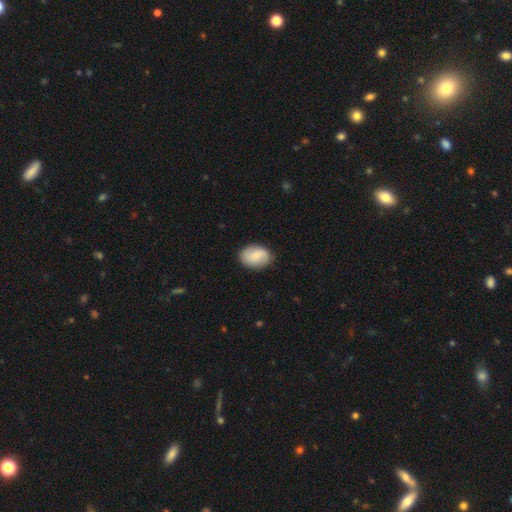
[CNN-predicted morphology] A smooth galaxy with no disk features (60%) that is in between round and cigar-shaped (76%). Merging: none (84%).